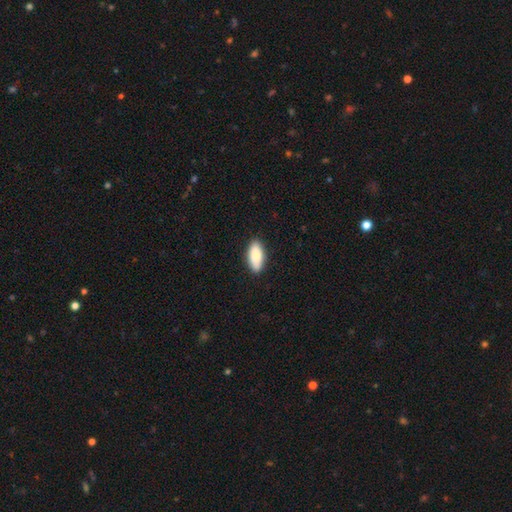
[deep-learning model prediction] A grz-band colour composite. It shows a smooth galaxy with no disk features (87%) that is in between round and cigar-shaped (86%). Merging: none (88%).